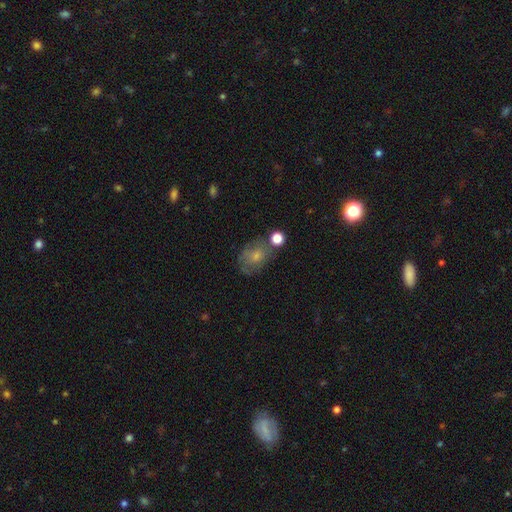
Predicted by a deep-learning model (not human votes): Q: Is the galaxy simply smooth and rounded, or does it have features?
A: smooth — 63%.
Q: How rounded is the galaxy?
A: in between — 60%.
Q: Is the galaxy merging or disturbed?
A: none — 49%.